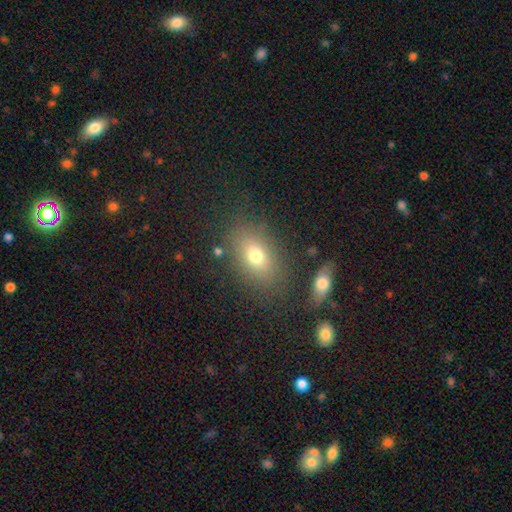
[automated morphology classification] Smooth or featured?
  - smooth: 73% *
  - featured or disk: 15%
  - star or artifact: 12%
How rounded?
  - in between: 82% *
  - round: 15%
  - cigar-shaped: 3%
Merging?
  - none: 79% *
  - minor disturbance: 12%
  - major disturbance: 5%
  - merger: 4%